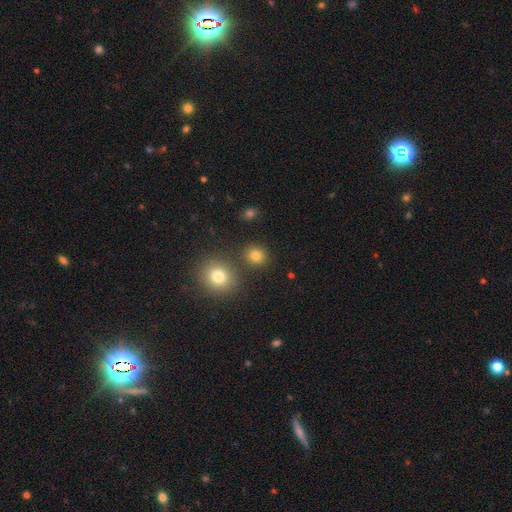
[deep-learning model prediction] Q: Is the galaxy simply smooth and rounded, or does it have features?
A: smooth — 80%.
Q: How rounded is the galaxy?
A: round — 81%.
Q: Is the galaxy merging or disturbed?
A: none — 82%.